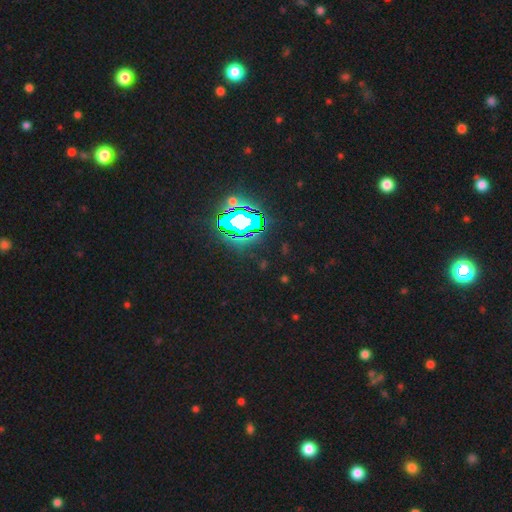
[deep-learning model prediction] This appears to be a star or artifact, not a galaxy (79%).